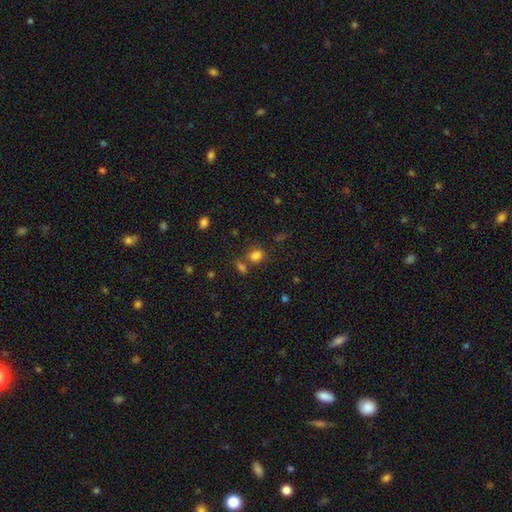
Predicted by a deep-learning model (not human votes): A smooth galaxy with no disk features (78%) that is in between round and cigar-shaped (64%). Merging: none (58%).